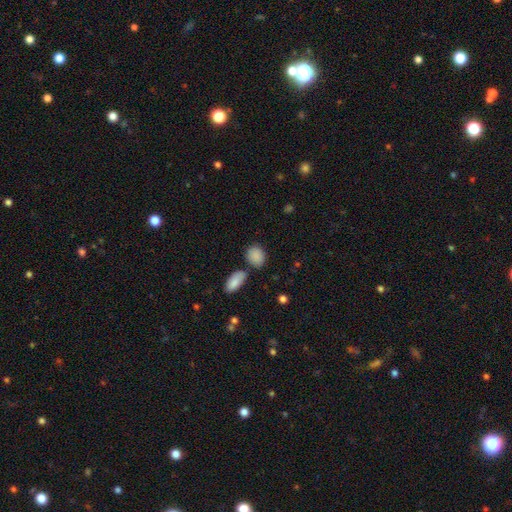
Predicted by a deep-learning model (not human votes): Smooth or featured?
  - smooth: 88% *
  - star or artifact: 8%
  - featured or disk: 4%
How rounded?
  - in between: 59% *
  - round: 39%
  - cigar-shaped: 2%
Merging?
  - none: 70% *
  - minor disturbance: 14%
  - merger: 12%
  - major disturbance: 4%